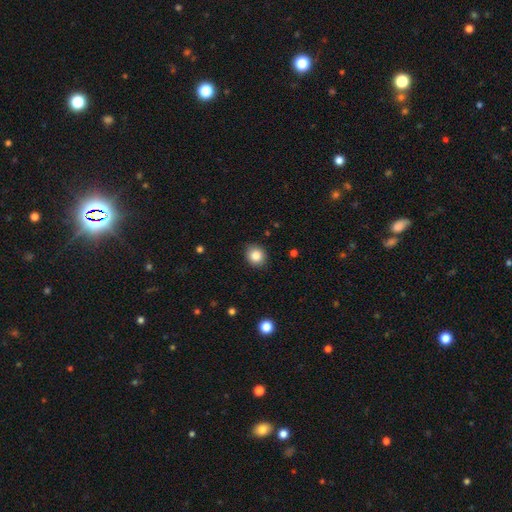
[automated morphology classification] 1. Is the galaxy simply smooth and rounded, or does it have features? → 84% smooth, 10% star or artifact, 6% featured or disk.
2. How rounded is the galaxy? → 77% round, 22% in between, 1% cigar-shaped.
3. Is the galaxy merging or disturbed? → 89% none, 8% minor disturbance, 2% major disturbance, 1% merger.